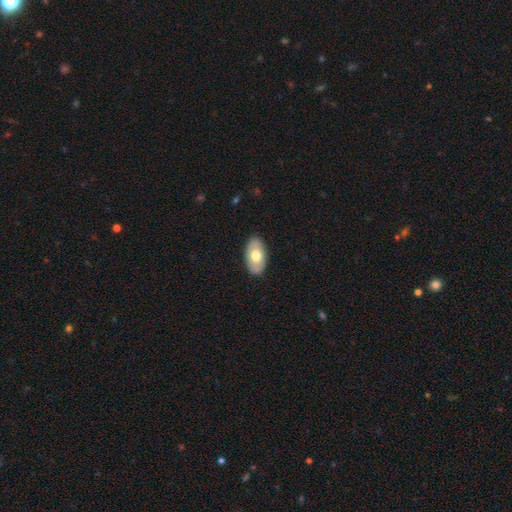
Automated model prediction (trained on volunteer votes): A smooth galaxy with no disk features (64%) that is in between round and cigar-shaped (94%). Merging: none (88%).